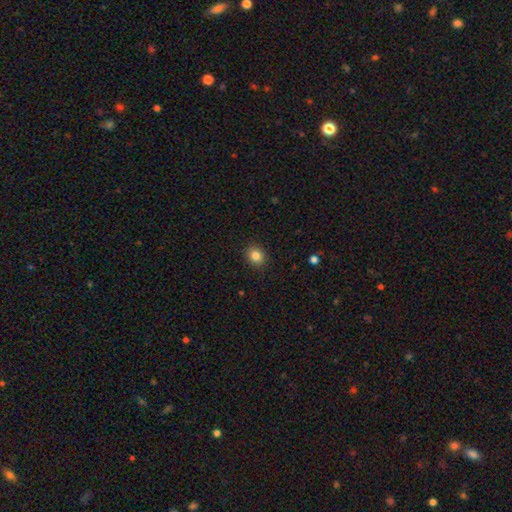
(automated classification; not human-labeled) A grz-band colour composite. It shows a smooth galaxy with no disk features (84%) that is round (63%). Merging: none (90%).